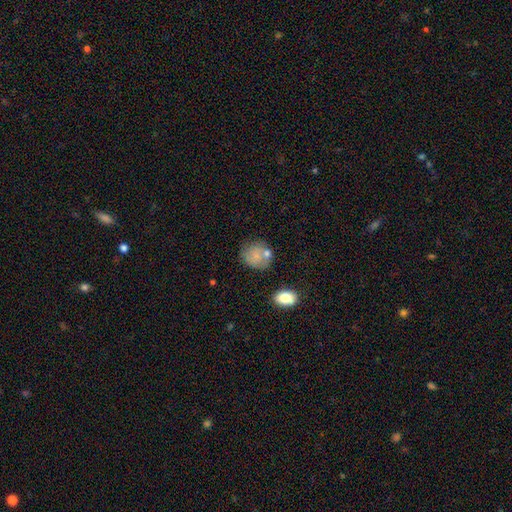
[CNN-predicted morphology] The model was most divided on "merging": none: 60%, minor disturbance: 19%, merger: 14%, major disturbance: 7%. More confident: how rounded — round (78%); smooth or featured — smooth (74%).